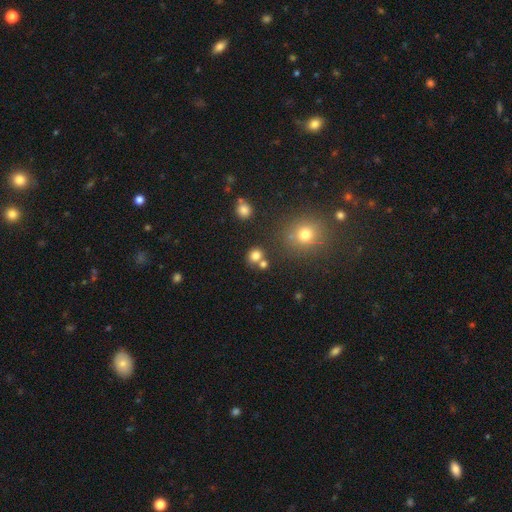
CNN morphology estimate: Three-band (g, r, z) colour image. It shows a smooth galaxy with no disk features (78%) that is round (75%). Merging: none (66%).